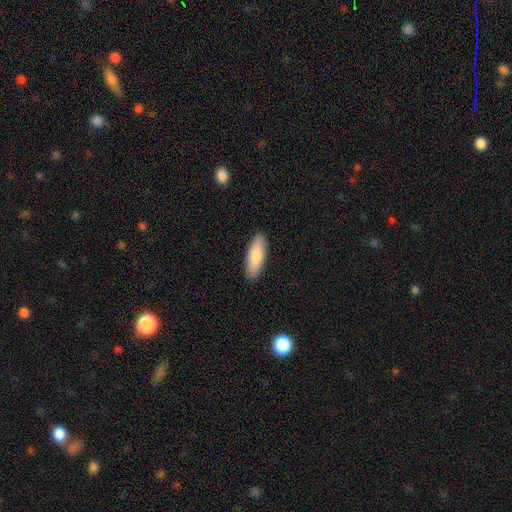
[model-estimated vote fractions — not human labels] Morphology: type=smooth (81%); roundness=in between (53%); merging=none (90%).